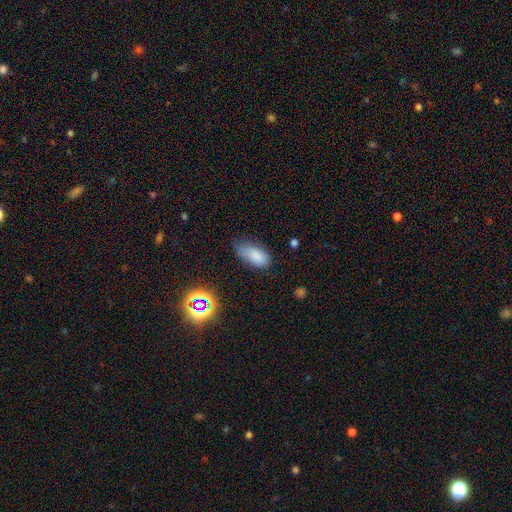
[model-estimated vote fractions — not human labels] Q: Smooth or featured?
A: smooth (83%); runner-up: star or artifact (9%)
Q: How rounded?
A: in between (91%); runner-up: cigar-shaped (6%)
Q: Merging?
A: none (55%); runner-up: minor disturbance (34%)